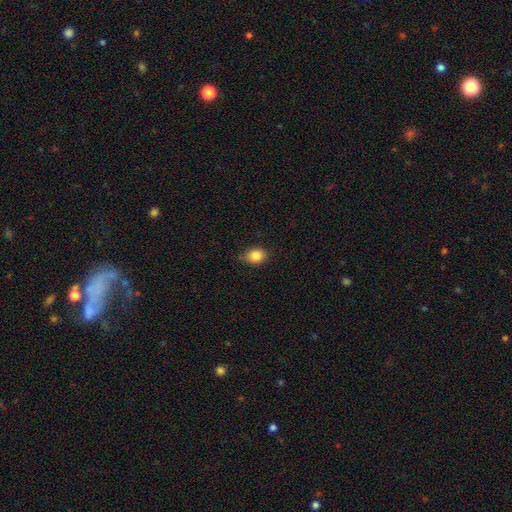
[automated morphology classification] Q: Smooth or featured?
A: smooth (84%); runner-up: star or artifact (10%)
Q: How rounded?
A: round (51%); runner-up: in between (48%)
Q: Merging?
A: none (78%); runner-up: minor disturbance (18%)